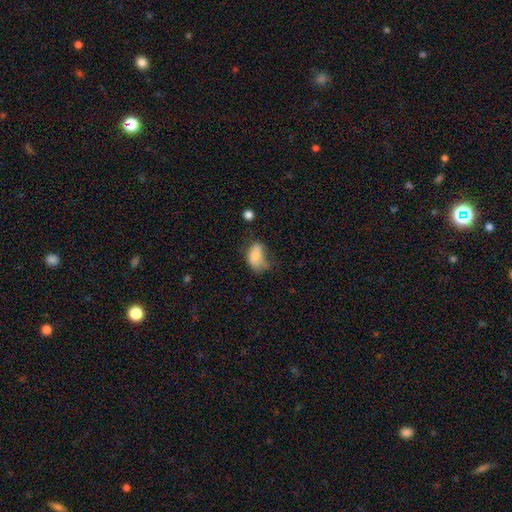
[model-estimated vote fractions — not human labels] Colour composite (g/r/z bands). It shows a smooth galaxy with no disk features (78%) that is in between round and cigar-shaped (86%). Merging: minor disturbance (38%).